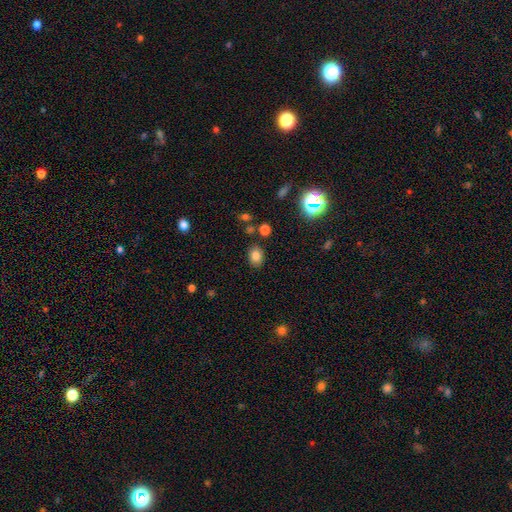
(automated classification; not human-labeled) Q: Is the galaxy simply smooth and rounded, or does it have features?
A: smooth — 79%.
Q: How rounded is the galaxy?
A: in between — 68%.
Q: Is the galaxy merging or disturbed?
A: none — 84%.